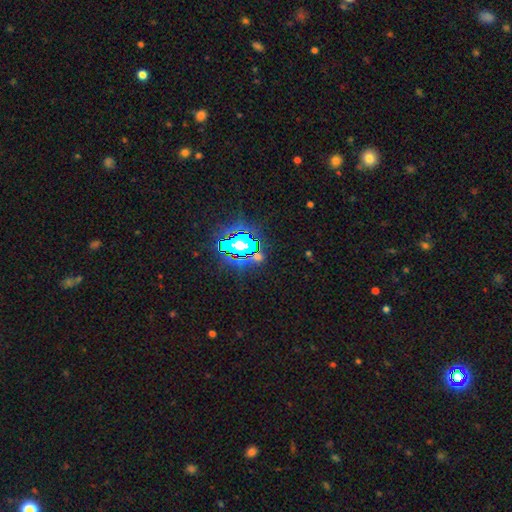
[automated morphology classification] A star or artifact, not a galaxy (75%).